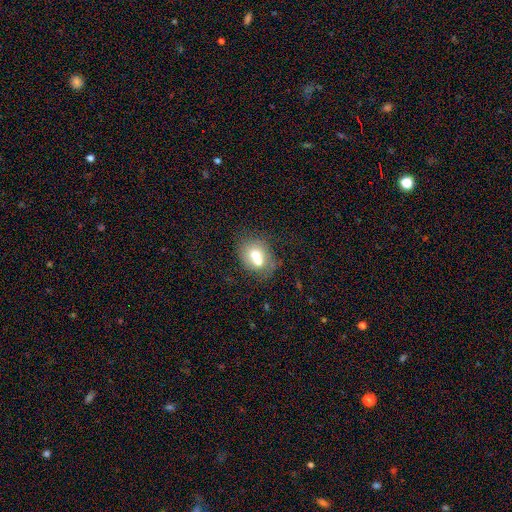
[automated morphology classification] A smooth galaxy with no disk features (63%) that is round (64%).

Vote fractions:
- Smooth or featured? smooth: 63% / featured or disk: 27% / star or artifact: 10%
- How rounded? round: 64% / in between: 36% / cigar-shaped: 1%
- Merging? merger: 53% / none: 33% / minor disturbance: 10% / major disturbance: 5%